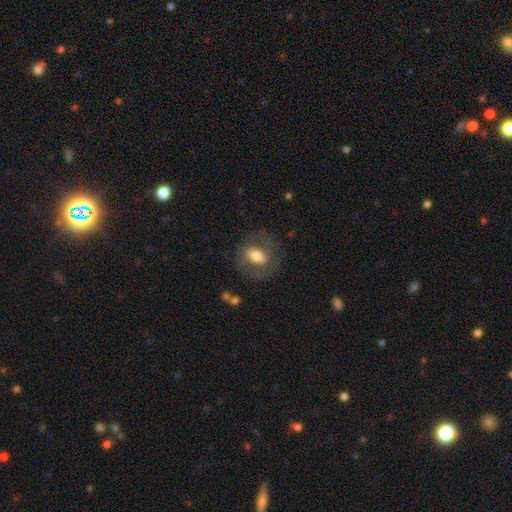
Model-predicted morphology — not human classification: The model was most divided on "bar": weak: 40%, no: 34%, strong: 26%. More confident: edge-on disk — no (95%); spiral arms — yes (75%); merging — none (67%); smooth or featured — featured or disk (62%); bulge size — moderate (61%).